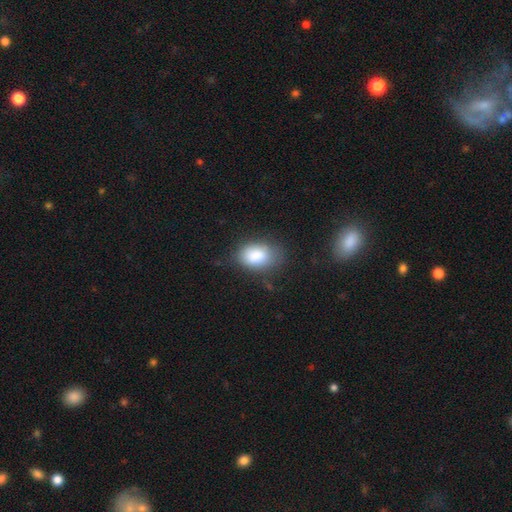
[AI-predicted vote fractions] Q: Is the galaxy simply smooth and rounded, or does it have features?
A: smooth — 85%.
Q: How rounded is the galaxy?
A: in between — 85%.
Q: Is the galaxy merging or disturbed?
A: none — 67%.